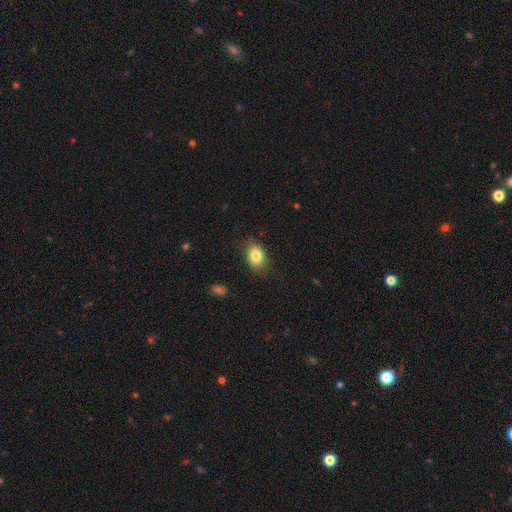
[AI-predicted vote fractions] smooth-or-featured: smooth: 83% | star or artifact: 9% | featured or disk: 9%
  how-rounded: in between: 73% | round: 26% | cigar-shaped: 1%
  merging: none: 81% | minor disturbance: 14% | major disturbance: 3% | merger: 1%